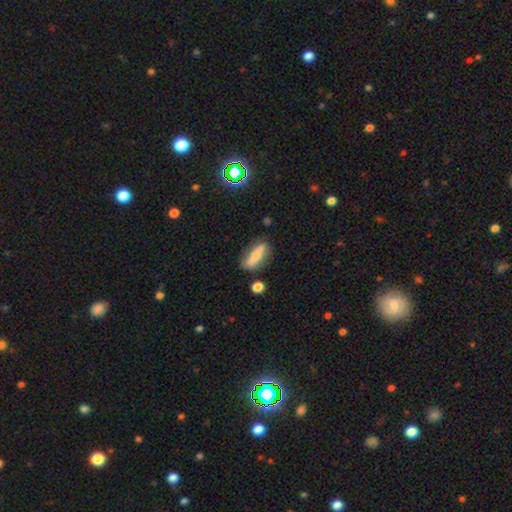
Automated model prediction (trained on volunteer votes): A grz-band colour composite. It shows a smooth galaxy with no disk features (64%) that is in between round and cigar-shaped (52%). Merging: none (77%).